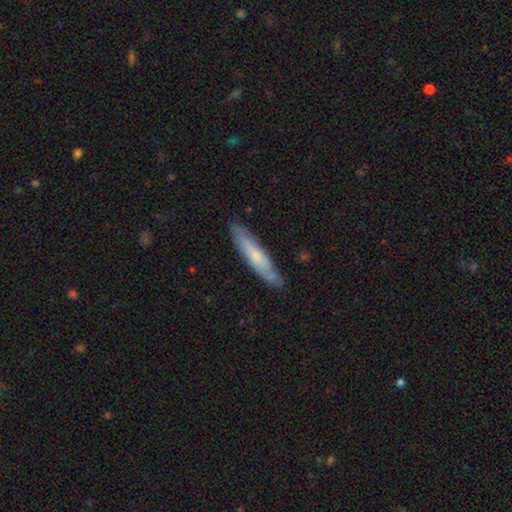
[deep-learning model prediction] Smooth or featured? Predicted: smooth (p=0.54). How rounded? Predicted: cigar-shaped (p=0.87). Merging? Predicted: none (p=0.81).